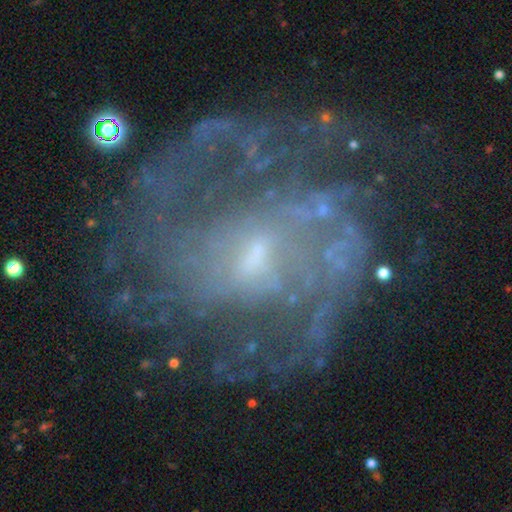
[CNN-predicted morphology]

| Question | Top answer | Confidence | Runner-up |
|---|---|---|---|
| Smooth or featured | featured or disk | 86% | star or artifact (8%) |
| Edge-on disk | no | 97% | yes (3%) |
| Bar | weak | 55% | no (32%) |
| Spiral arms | yes | 91% | no (9%) |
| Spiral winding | medium | 45% | tight (31%) |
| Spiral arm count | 2 | 39% | can't tell (29%) |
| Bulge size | small | 62% | moderate (28%) |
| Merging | none | 61% | minor disturbance (18%) |